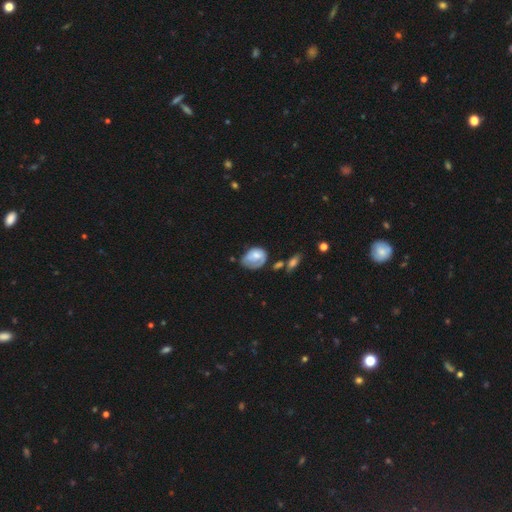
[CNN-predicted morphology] smooth 55%, featured or disk 38%, star or artifact 7%. Down the decision tree: how rounded — in between (62%); merging — minor disturbance (34%).